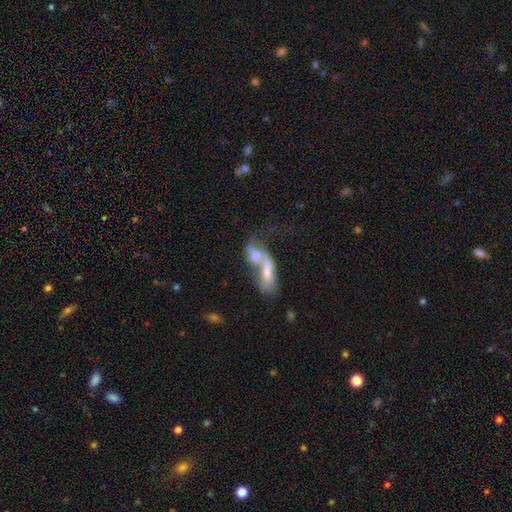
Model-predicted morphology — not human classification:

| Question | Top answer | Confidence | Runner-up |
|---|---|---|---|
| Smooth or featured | smooth | 53% | featured or disk (37%) |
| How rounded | in between | 71% | cigar-shaped (18%) |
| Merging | merger | 78% | major disturbance (9%) |